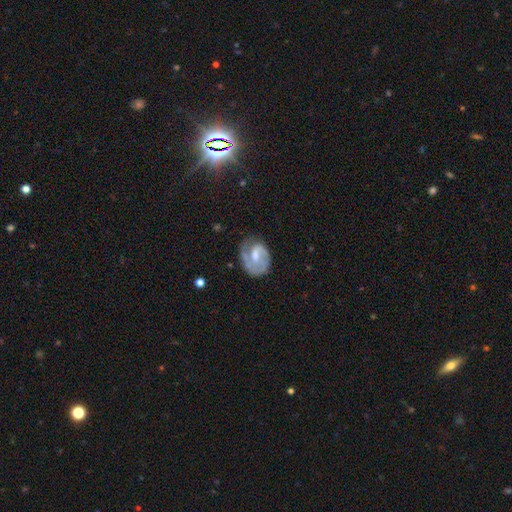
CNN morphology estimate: Overall: featured or disk (68%). Edge-on disk: no (97%). Bar: weak (49%; no 38%). Spiral arms: yes (85%). Spiral arm count: 1 (53%; 2 31%). Spiral winding: tight (45%; medium 36%). Bulge size: moderate (44%; small 29%). Merging: none (53%; minor disturbance 25%).